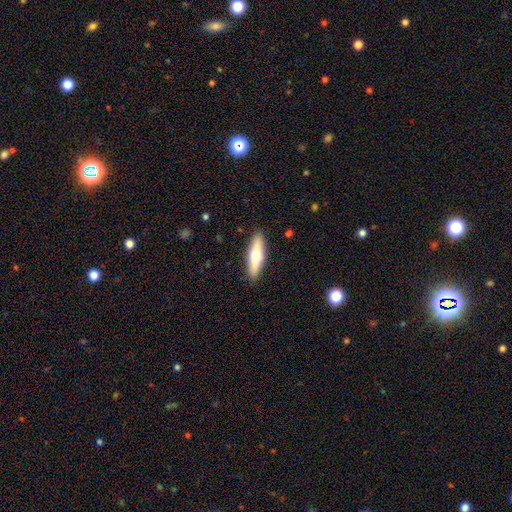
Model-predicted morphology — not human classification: A smooth galaxy with no disk features (54%) that is cigar-shaped (66%).

Vote fractions:
- Smooth or featured? smooth: 54% / featured or disk: 41% / star or artifact: 6%
- How rounded? cigar-shaped: 66% / in between: 32% / round: 2%
- Merging? none: 90% / minor disturbance: 7% / major disturbance: 2% / merger: 1%